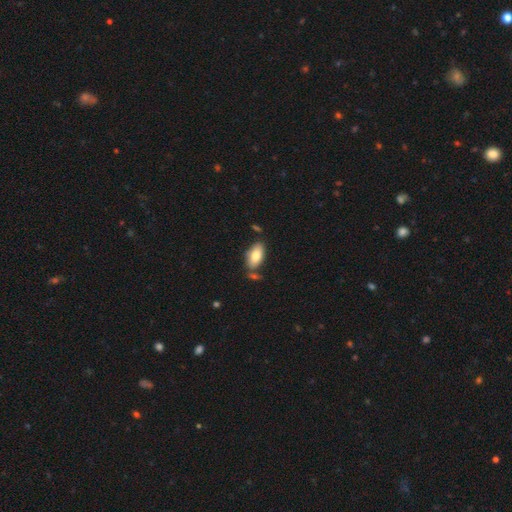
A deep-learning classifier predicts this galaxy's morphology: A smooth galaxy with no disk features (81%) that is in between round and cigar-shaped (93%).

Vote fractions:
- Smooth or featured? smooth: 81% / featured or disk: 13% / star or artifact: 6%
- How rounded? in between: 93% / cigar-shaped: 5% / round: 3%
- Merging? none: 69% / minor disturbance: 16% / merger: 11% / major disturbance: 4%